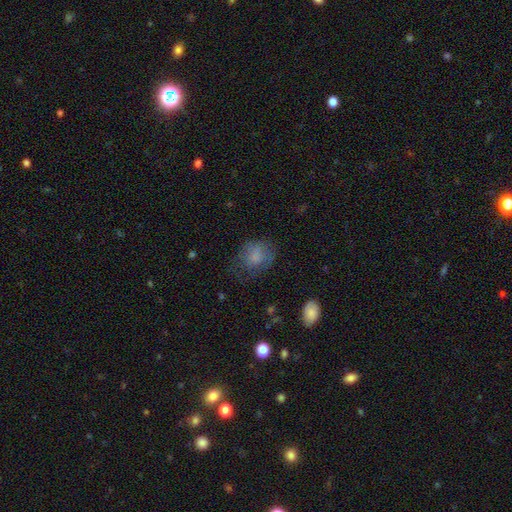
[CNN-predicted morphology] Smooth or featured?
  - smooth: 70% *
  - featured or disk: 19%
  - star or artifact: 11%
How rounded?
  - round: 55% *
  - in between: 44%
  - cigar-shaped: 1%
Merging?
  - none: 51% *
  - minor disturbance: 26%
  - major disturbance: 21%
  - merger: 2%